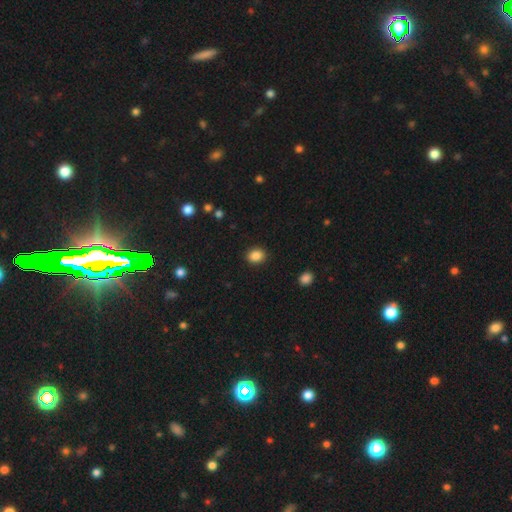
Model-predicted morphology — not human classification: The model was most divided on "how rounded": in between: 50%, round: 49%, cigar-shaped: 1%. More confident: merging — none (90%); smooth or featured — smooth (88%).